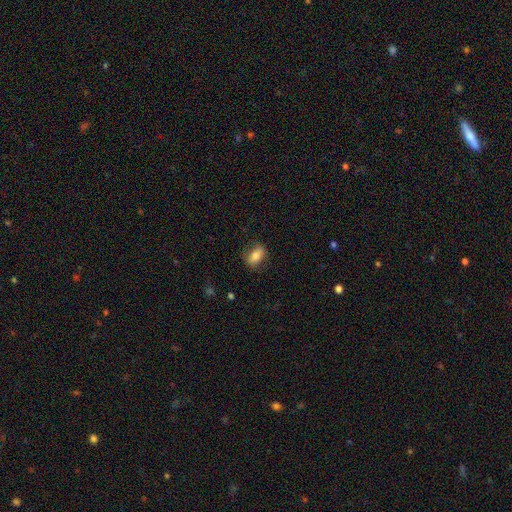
Morphology: type=smooth (85%); roundness=in between (91%); merging=none (79%).